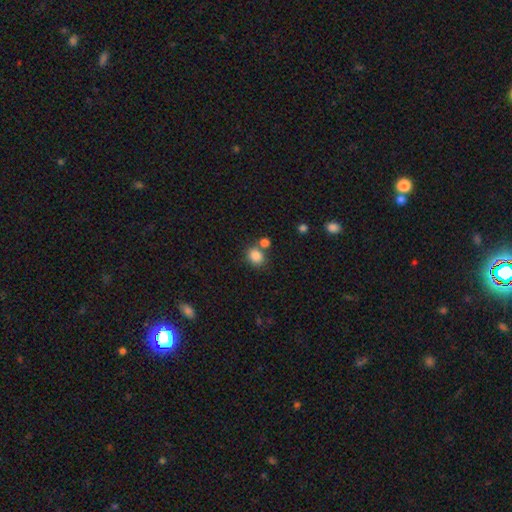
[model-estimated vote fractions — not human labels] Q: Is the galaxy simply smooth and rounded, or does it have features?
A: smooth — 85%.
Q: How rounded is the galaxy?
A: round — 66%.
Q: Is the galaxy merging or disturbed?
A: none — 64%.